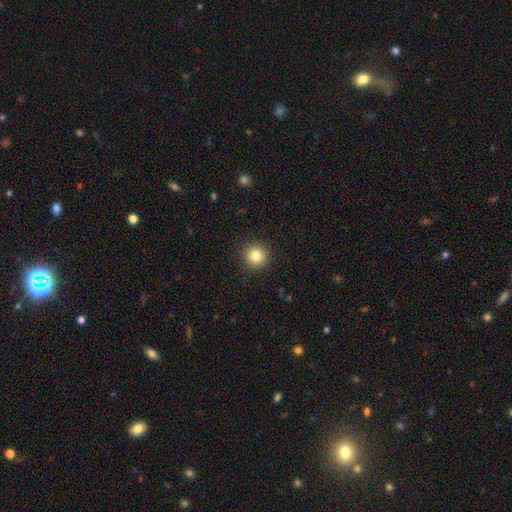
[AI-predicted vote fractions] Smooth or featured?
  - smooth: 83% *
  - star or artifact: 11%
  - featured or disk: 6%
How rounded?
  - round: 95% *
  - in between: 4%
  - cigar-shaped: 1%
Merging?
  - none: 92% *
  - minor disturbance: 6%
  - major disturbance: 2%
  - merger: 1%